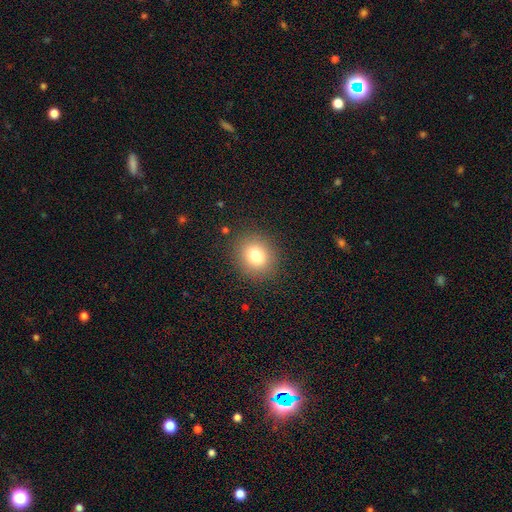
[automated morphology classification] smooth_or_featured: smooth (p=0.79) [alt: star or artifact p=0.12]
how_rounded: round (p=0.78) [alt: in between p=0.21]
merging: none (p=0.88) [alt: minor disturbance p=0.08]